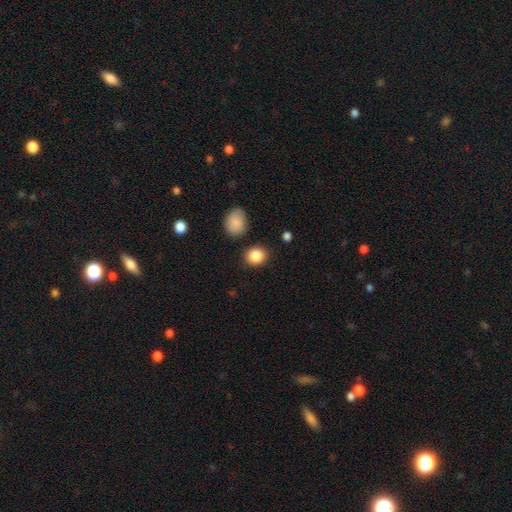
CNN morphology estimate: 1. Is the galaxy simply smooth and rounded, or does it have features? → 86% smooth, 9% star or artifact, 5% featured or disk.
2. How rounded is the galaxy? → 66% round, 33% in between, 1% cigar-shaped.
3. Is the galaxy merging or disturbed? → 85% none, 9% minor disturbance, 4% merger, 3% major disturbance.